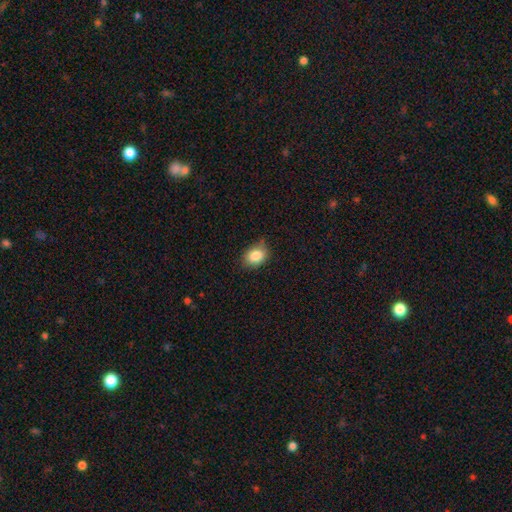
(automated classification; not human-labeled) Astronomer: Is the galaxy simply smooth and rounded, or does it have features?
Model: smooth — 85%.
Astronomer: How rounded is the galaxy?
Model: in between — 71%.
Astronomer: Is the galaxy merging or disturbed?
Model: none — 70%.